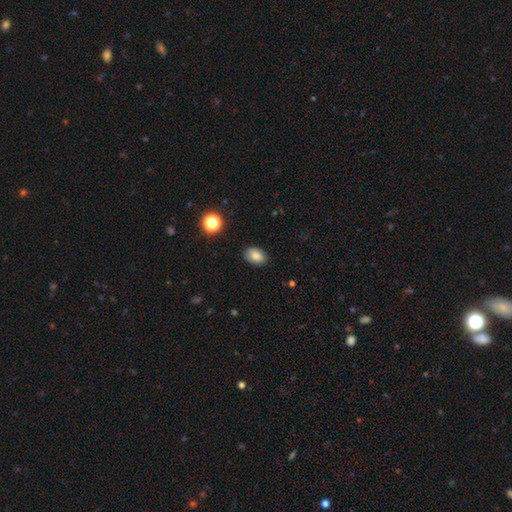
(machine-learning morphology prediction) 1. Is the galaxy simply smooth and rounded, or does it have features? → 83% smooth, 10% star or artifact, 7% featured or disk.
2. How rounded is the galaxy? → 80% in between, 19% round, 1% cigar-shaped.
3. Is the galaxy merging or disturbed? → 85% none, 11% minor disturbance, 2% major disturbance, 1% merger.